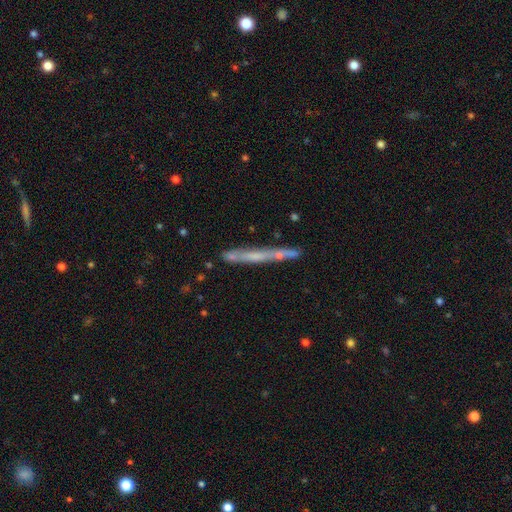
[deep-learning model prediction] Q: Smooth or featured?
A: featured or disk (53%); runner-up: smooth (39%)
Q: Edge-on disk?
A: yes (90%); runner-up: no (10%)
Q: Merging?
A: none (78%); runner-up: minor disturbance (14%)